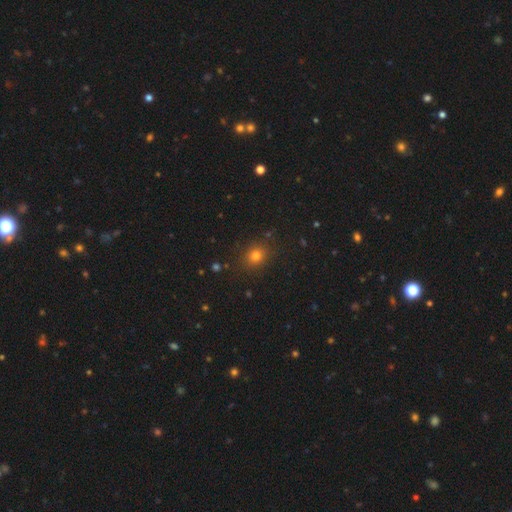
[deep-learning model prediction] Q: Smooth or featured?
A: smooth (77%); runner-up: star or artifact (16%)
Q: How rounded?
A: round (72%); runner-up: in between (27%)
Q: Merging?
A: none (86%); runner-up: minor disturbance (9%)